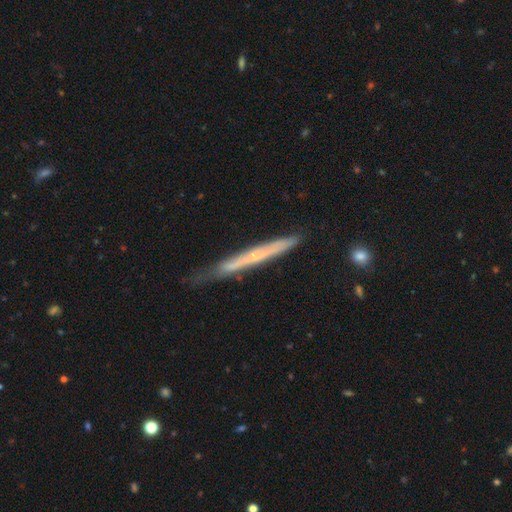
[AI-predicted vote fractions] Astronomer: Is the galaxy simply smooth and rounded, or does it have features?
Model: featured or disk — 57% (runner-up: smooth, 36%).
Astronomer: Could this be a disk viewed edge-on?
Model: yes — 93%.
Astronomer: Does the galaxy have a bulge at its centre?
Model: none — 72%.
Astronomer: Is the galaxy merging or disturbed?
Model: none — 66%.